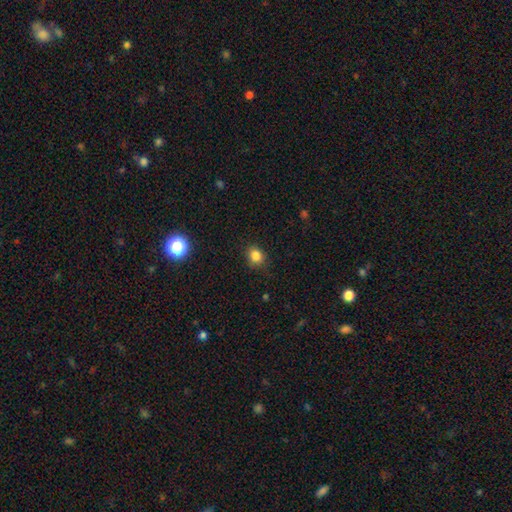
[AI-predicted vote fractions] Overall: smooth (83%). How rounded: round (64%; in between 35%). Merging: none (85%).